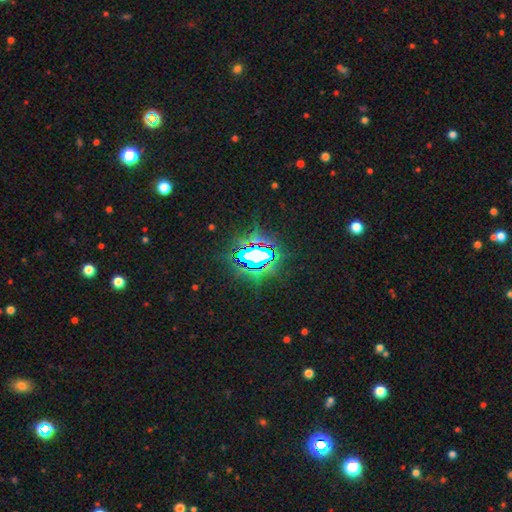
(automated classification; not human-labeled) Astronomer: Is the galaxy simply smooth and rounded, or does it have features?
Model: star or artifact — 77%.